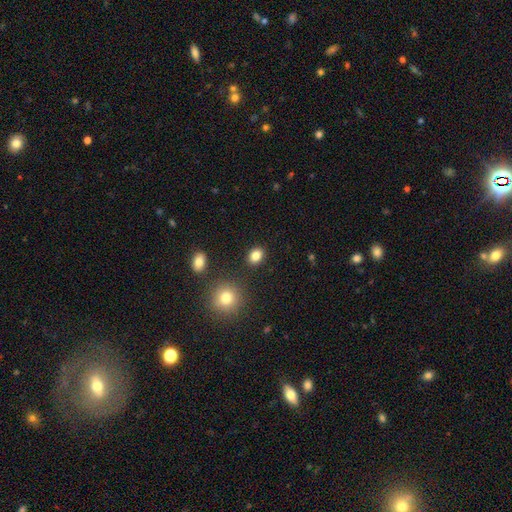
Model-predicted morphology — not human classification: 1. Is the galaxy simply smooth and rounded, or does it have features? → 83% smooth, 11% star or artifact, 6% featured or disk.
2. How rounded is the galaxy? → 55% in between, 44% round, 1% cigar-shaped.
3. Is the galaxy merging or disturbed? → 87% none, 8% minor disturbance, 3% merger, 2% major disturbance.